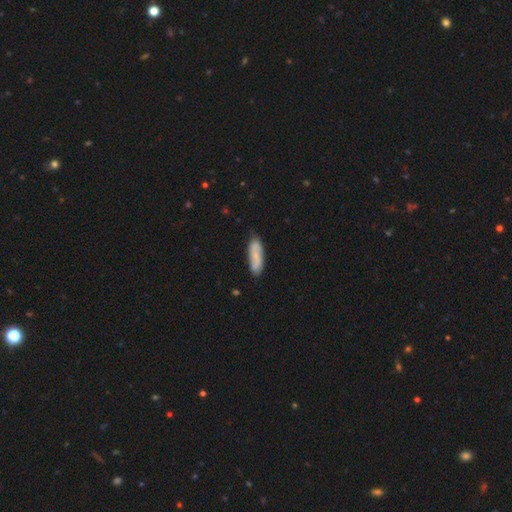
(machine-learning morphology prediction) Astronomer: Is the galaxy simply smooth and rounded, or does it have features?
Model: smooth — 62%.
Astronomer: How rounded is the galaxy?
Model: in between — 49%, tied with cigar-shaped at 49%.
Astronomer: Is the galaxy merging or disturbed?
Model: none — 80%.